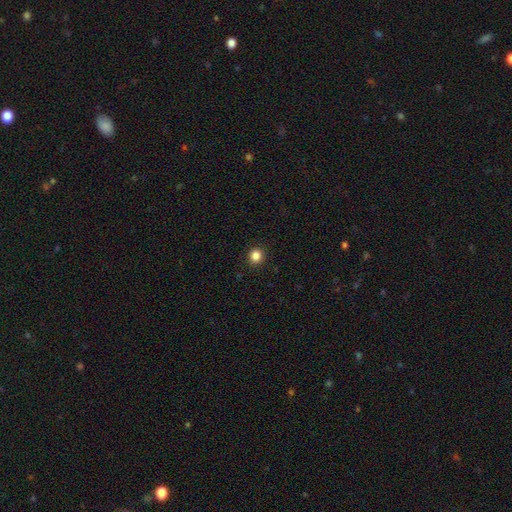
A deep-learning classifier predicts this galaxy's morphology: This appears to be a smooth galaxy with no disk features (85%) that is round (90%). Merging: none (93%).